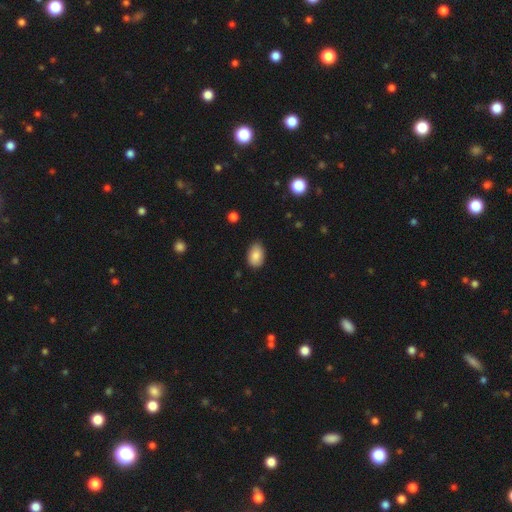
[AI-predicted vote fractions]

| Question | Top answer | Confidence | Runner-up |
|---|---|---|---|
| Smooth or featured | smooth | 87% | star or artifact (7%) |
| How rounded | in between | 87% | round (12%) |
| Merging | none | 80% | minor disturbance (16%) |